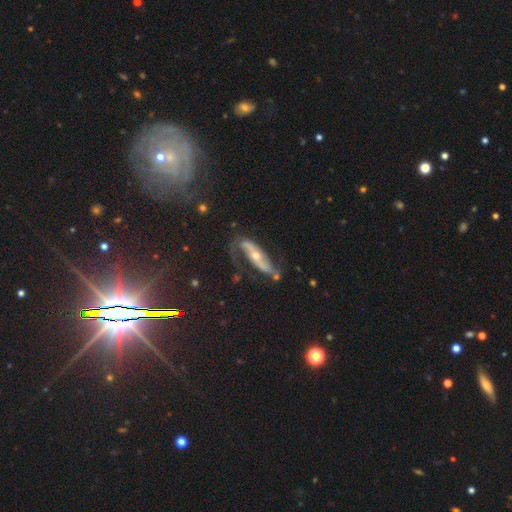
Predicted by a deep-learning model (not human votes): Q: Smooth or featured?
A: featured or disk (76%); runner-up: smooth (14%)
Q: Edge-on disk?
A: no (75%); runner-up: yes (25%)
Q: Bar?
A: no (48%); runner-up: strong (29%)
Q: Spiral arms?
A: yes (87%); runner-up: no (13%)
Q: Bulge size?
A: small (50%); runner-up: moderate (45%)
Q: Merging?
A: none (55%); runner-up: minor disturbance (22%)